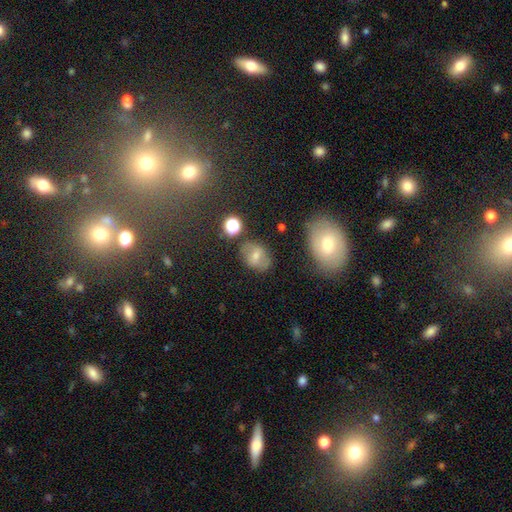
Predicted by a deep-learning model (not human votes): This appears to be a smooth galaxy with no disk features (59%) that is in between round and cigar-shaped (68%). Merging: none (73%).